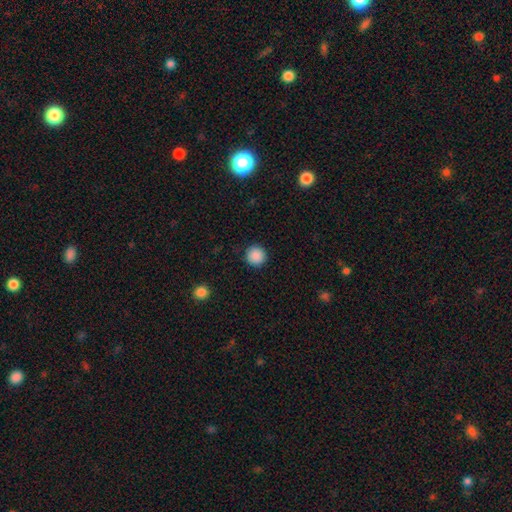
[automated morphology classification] This appears to be a smooth galaxy with no disk features (88%) that is round (95%). Merging: none (92%).